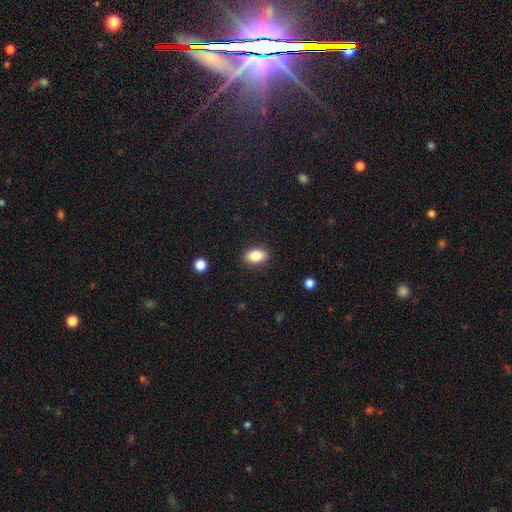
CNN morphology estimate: Overall: smooth (84%). How rounded: in between (87%). Merging: none (88%).